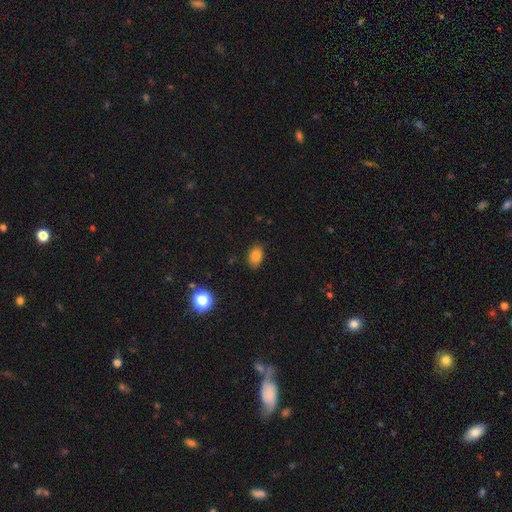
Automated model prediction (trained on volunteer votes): Overall: smooth (80%). How rounded: in between (84%). Merging: none (84%).